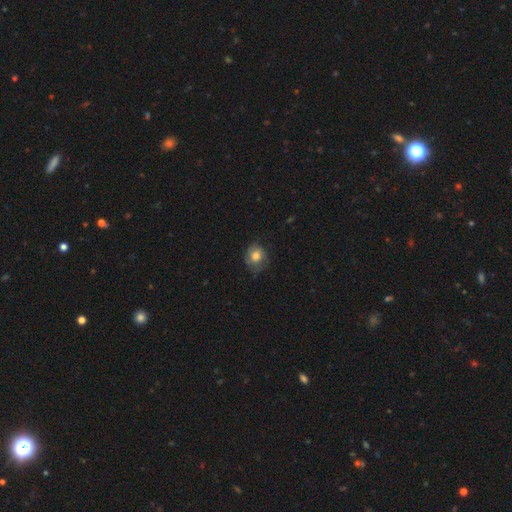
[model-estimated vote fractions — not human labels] Smooth or featured: smooth — 73% (featured or disk — 18%)
How rounded: round — 70% (in between — 29%)
Merging: none — 66% (minor disturbance — 24%)